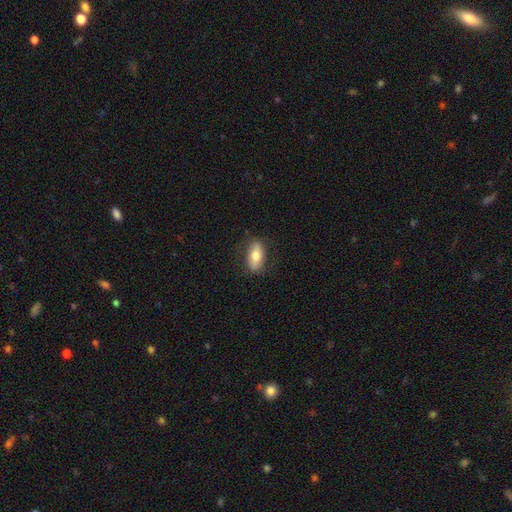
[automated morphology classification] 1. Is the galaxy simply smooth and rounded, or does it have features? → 71% smooth, 23% featured or disk, 6% star or artifact.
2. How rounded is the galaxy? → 87% in between, 8% cigar-shaped, 4% round.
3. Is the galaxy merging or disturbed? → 81% none, 14% minor disturbance, 4% major disturbance, 1% merger.